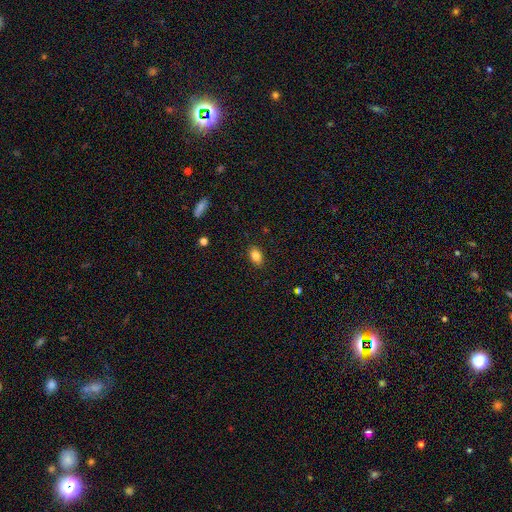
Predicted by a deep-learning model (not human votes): Overall: smooth (85%). How rounded: in between (86%). Merging: none (87%).